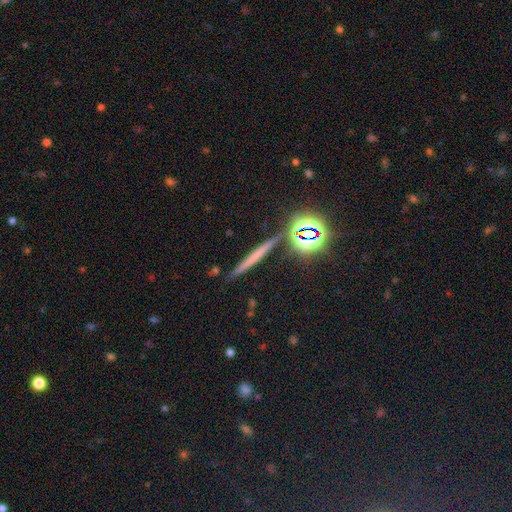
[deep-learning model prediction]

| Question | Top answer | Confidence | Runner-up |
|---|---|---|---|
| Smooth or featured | smooth | 44% | featured or disk (30%) |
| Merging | none | 87% | minor disturbance (8%) |